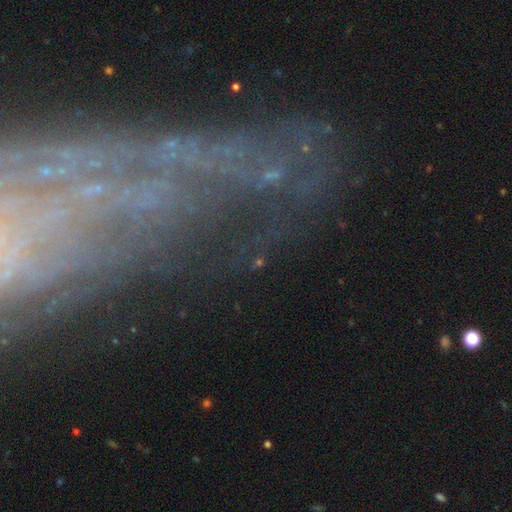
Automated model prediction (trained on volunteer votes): Smooth or featured? Predicted: featured or disk (p=0.55). Edge-on disk? Predicted: no (p=0.77). Merging? Predicted: none (p=0.66).